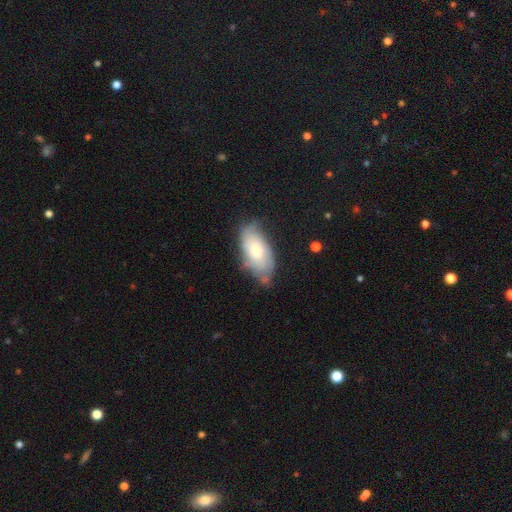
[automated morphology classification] A featured or disk galaxy (50%). Merging: none (57%).